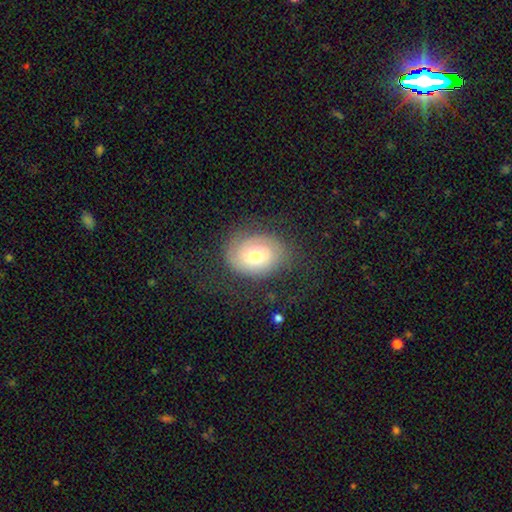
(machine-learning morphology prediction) Smooth or featured? Predicted: featured or disk (p=0.49). Merging? Predicted: none (p=0.67).